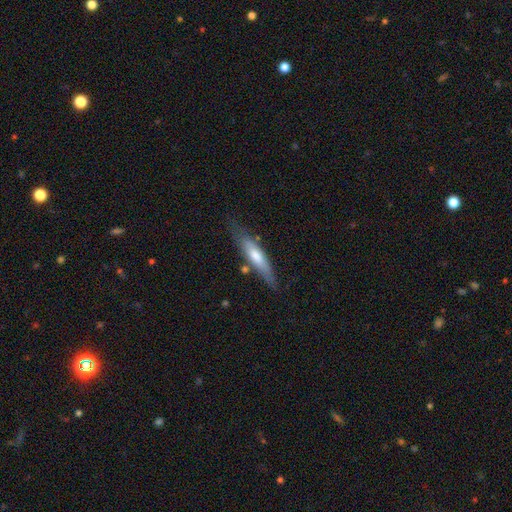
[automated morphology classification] Smooth or featured?
  - smooth: 47% *
  - featured or disk: 46%
  - star or artifact: 6%
Merging?
  - none: 72% *
  - minor disturbance: 19%
  - major disturbance: 5%
  - merger: 4%